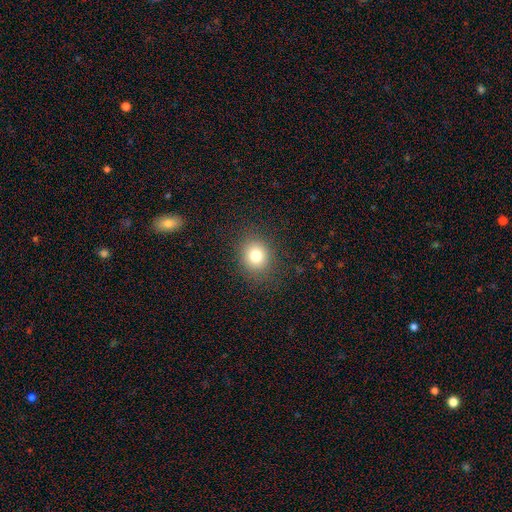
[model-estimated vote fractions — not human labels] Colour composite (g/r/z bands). It shows a smooth galaxy with no disk features (78%) that is round (77%). Merging: none (87%).